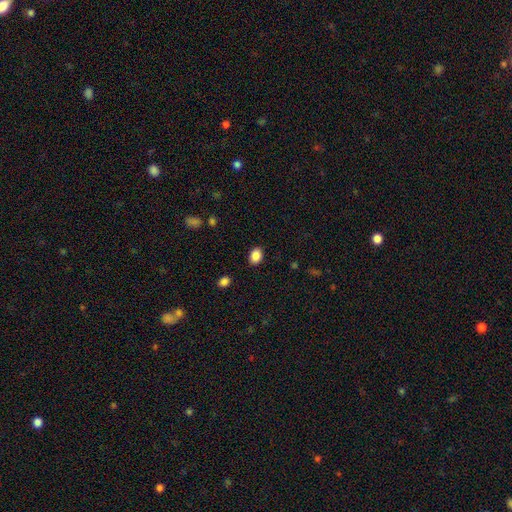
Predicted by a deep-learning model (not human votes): This is clearly a smooth galaxy (88%). How rounded: likely in between (71%). Merging: clearly none (87%).